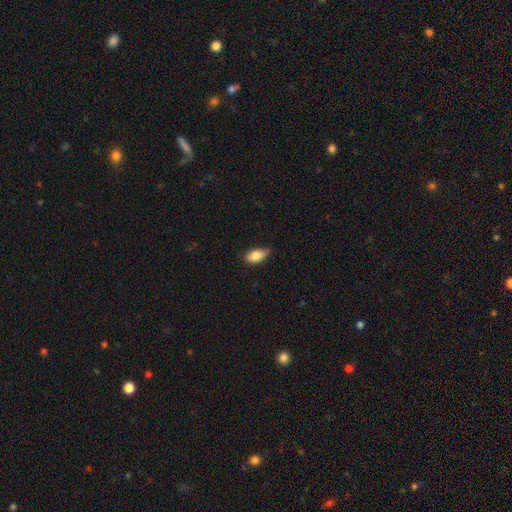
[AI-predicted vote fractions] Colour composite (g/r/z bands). It shows a smooth galaxy with no disk features (83%) that is in between round and cigar-shaped (90%). Merging: none (68%).